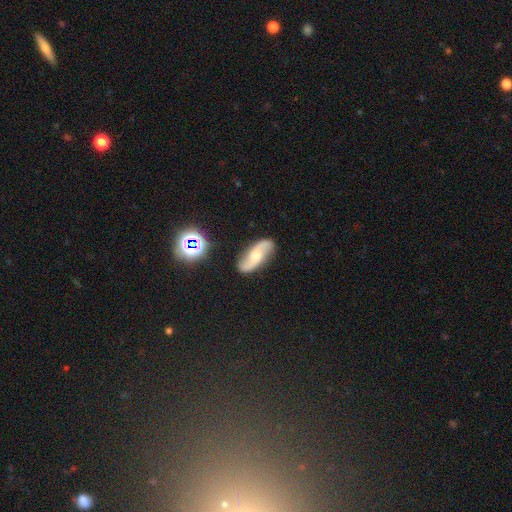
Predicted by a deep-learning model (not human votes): Smooth or featured: featured or disk — 77% (smooth — 16%)
Edge-on disk: no — 94% (yes — 6%)
Bar: no — 55% (weak — 35%)
Spiral arms: yes — 95% (no — 5%)
Spiral winding: loose — 63% (medium — 28%)
Spiral arm count: 2 — 93% (can't tell — 3%)
Bulge size: moderate — 54% (small — 28%)
Merging: none — 83% (minor disturbance — 11%)